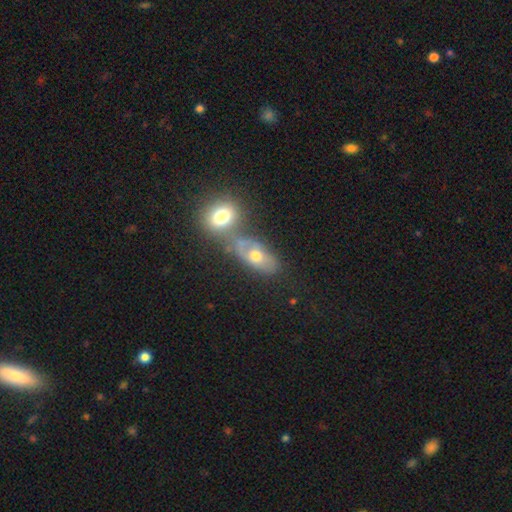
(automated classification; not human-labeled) smooth_or_featured: smooth (p=0.50) [alt: featured or disk p=0.41]
merging: none (p=0.43) [alt: merger p=0.37]